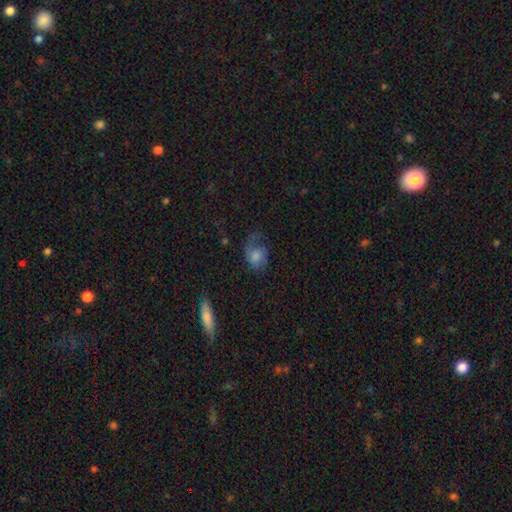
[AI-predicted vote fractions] Smooth or featured? smooth (60%)
How rounded? in between (62%)
Merging? none (36%)